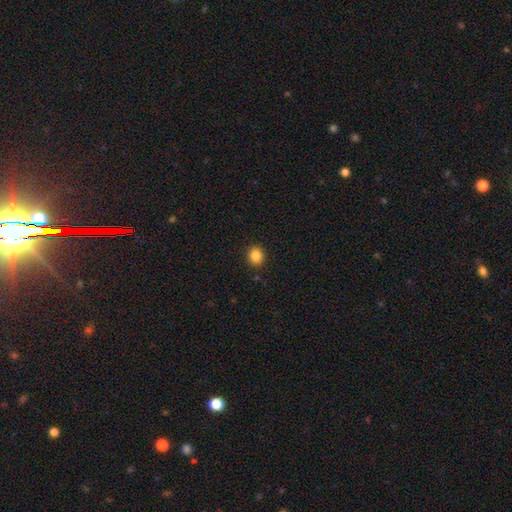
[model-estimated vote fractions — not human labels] Smooth or featured? Predicted: smooth (p=0.85). How rounded? Predicted: round (p=0.76). Merging? Predicted: none (p=0.90).